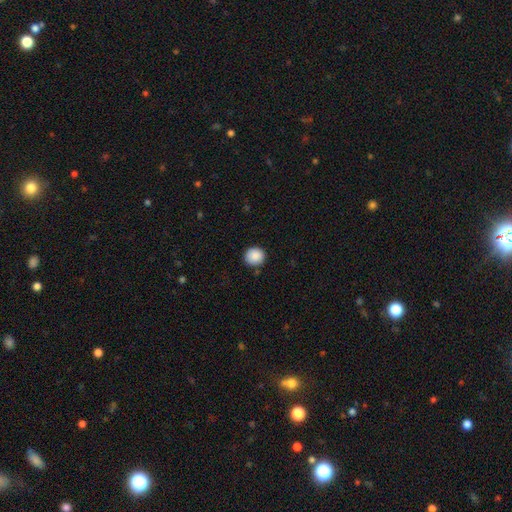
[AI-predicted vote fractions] Smooth or featured? Predicted: smooth (p=0.89). How rounded? Predicted: round (p=0.91). Merging? Predicted: none (p=0.87).